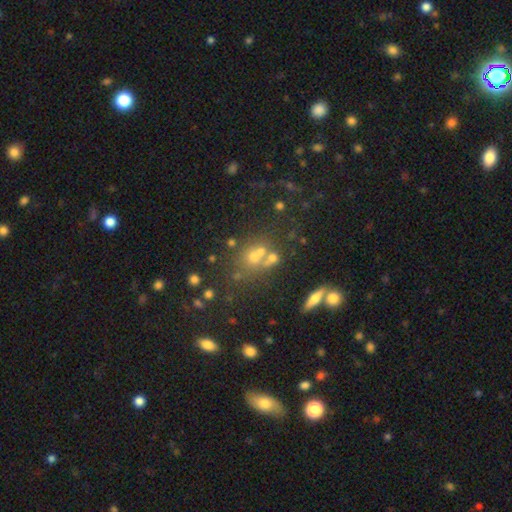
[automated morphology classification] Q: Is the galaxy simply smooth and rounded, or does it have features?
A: smooth — 48%.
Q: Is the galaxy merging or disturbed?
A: none — 47%.